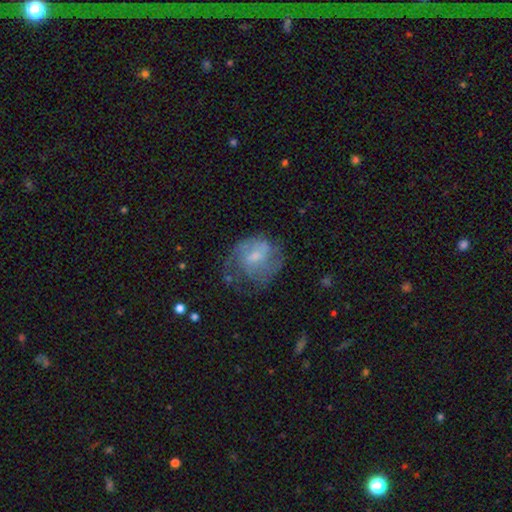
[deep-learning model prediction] featured or disk 64%, smooth 28%, star or artifact 8%. Down the decision tree: edge-on disk — no (97%); bar — weak (47%); spiral arms — yes (79%); bulge size — small (45%); merging — none (51%).